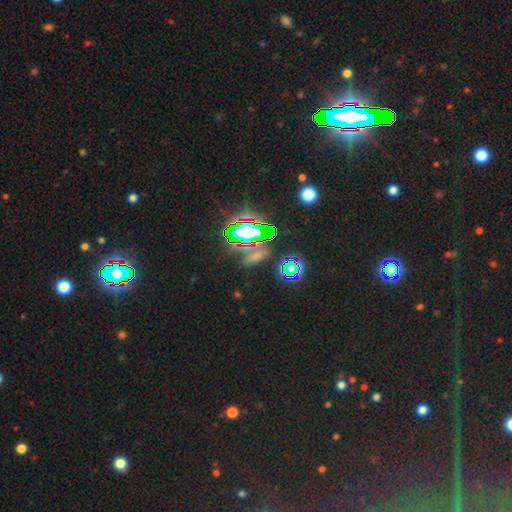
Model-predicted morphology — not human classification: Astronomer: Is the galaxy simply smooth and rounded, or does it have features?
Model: star or artifact — 58%.